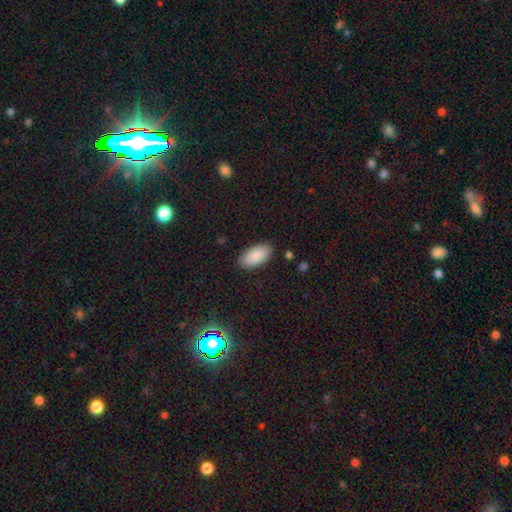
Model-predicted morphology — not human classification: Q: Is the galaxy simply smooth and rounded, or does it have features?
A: smooth — 89%.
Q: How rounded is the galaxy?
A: in between — 95%.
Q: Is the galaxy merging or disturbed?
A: none — 87%.